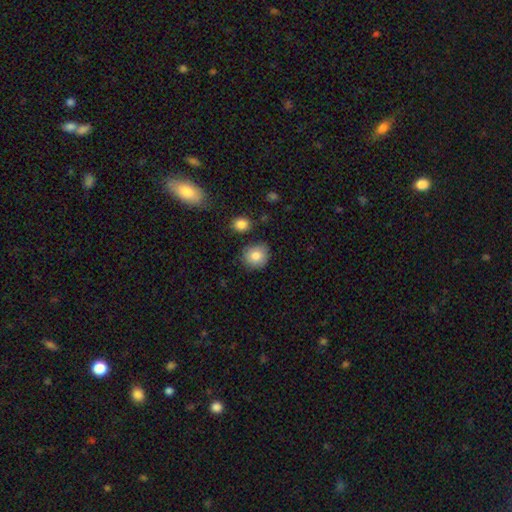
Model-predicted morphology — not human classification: A smooth galaxy with no disk features (84%) that is round (81%). Merging: none (78%).